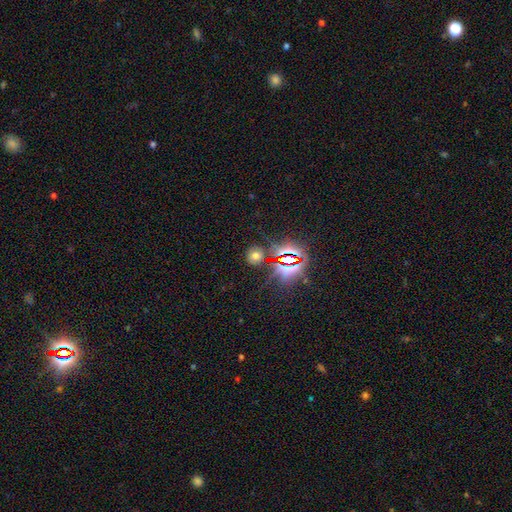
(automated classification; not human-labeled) Morphology: type=smooth (50%); roundness=round (78%); merging=none (79%).